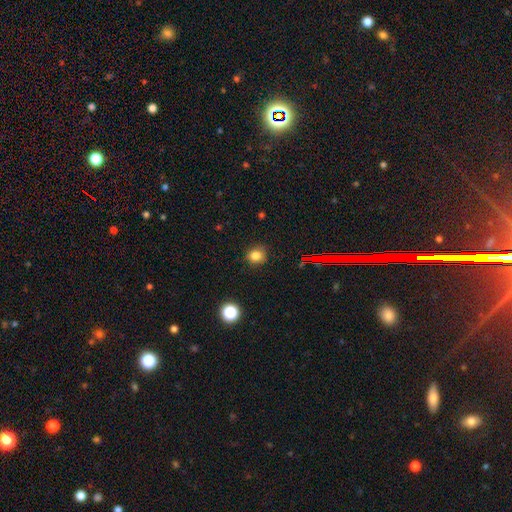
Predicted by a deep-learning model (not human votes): Morphology: type=smooth (78%); roundness=round (81%); merging=none (85%).